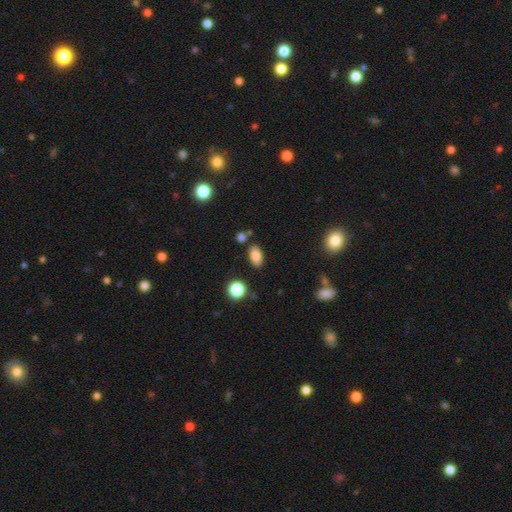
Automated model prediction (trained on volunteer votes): A smooth galaxy with no disk features (82%) that is in between round and cigar-shaped (90%). Merging: none (81%).